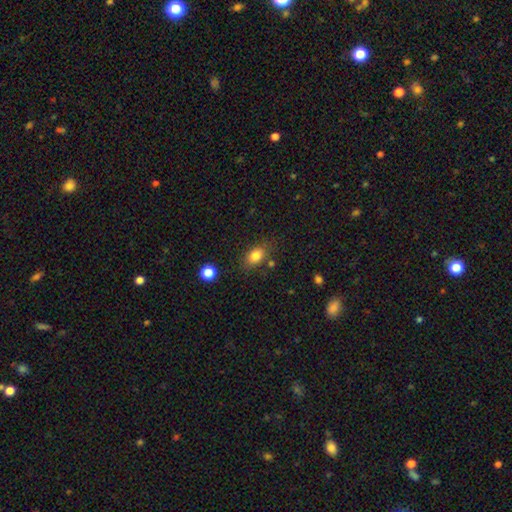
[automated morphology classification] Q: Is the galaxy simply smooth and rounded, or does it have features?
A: smooth — 82%.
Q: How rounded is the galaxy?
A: in between — 80%.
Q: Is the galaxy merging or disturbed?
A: none — 74%.